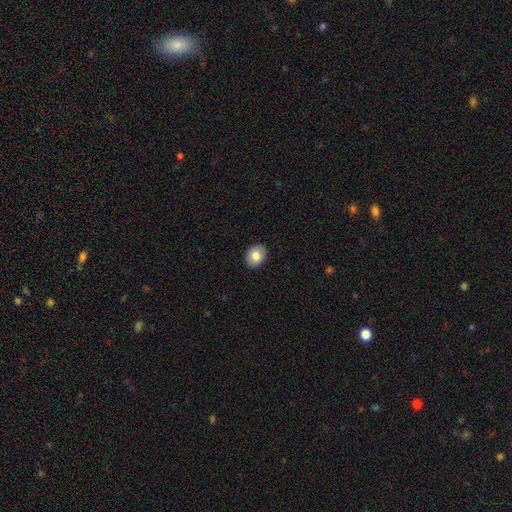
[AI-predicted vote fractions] This is clearly a smooth galaxy (83%). How rounded: possibly in between (59%). Merging: clearly none (90%).